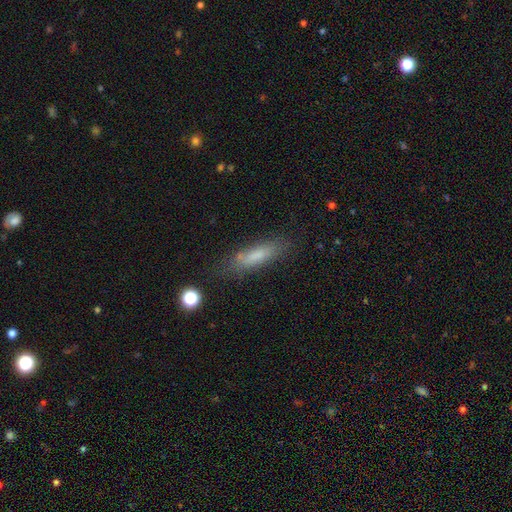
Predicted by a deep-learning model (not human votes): Morphology: type=smooth (72%); roundness=cigar-shaped (69%); merging=none (74%).